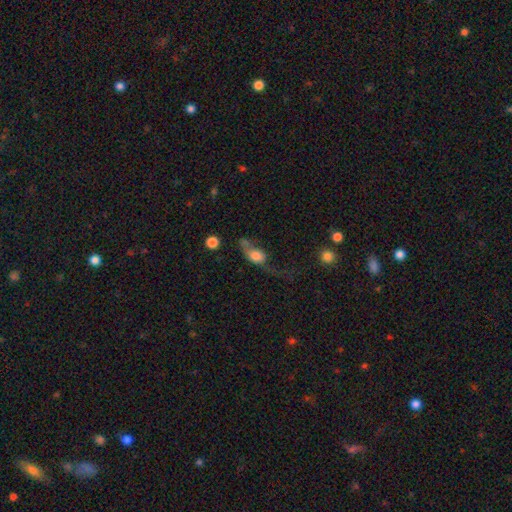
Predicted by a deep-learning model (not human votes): The model was most divided on "merging": major disturbance: 49%, none: 19%, minor disturbance: 19%, merger: 14%. More confident: smooth or featured — smooth (63%); how rounded — in between (61%).